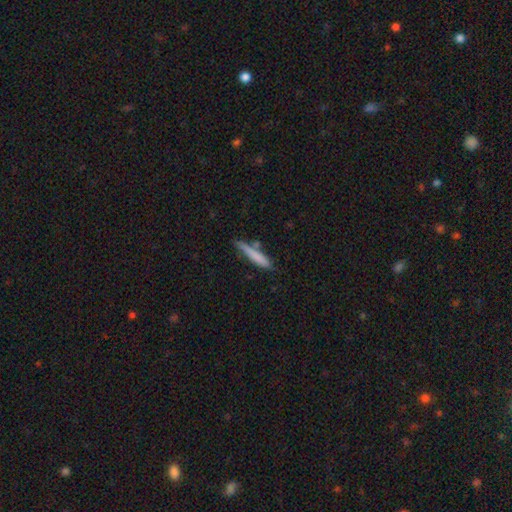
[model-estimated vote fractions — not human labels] smooth_or_featured: smooth (p=0.74) [alt: featured or disk p=0.19]
how_rounded: cigar-shaped (p=0.91) [alt: in between p=0.07]
merging: none (p=0.66) [alt: minor disturbance p=0.19]